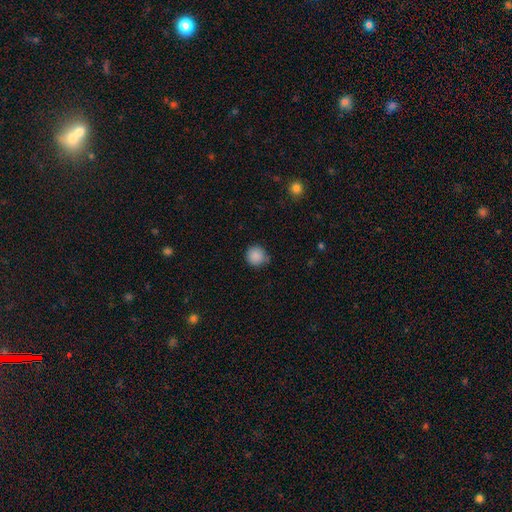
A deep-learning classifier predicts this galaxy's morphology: smooth_or_featured: smooth (p=0.88) [alt: star or artifact p=0.09]
how_rounded: round (p=0.94) [alt: in between p=0.05]
merging: none (p=0.79) [alt: minor disturbance p=0.15]